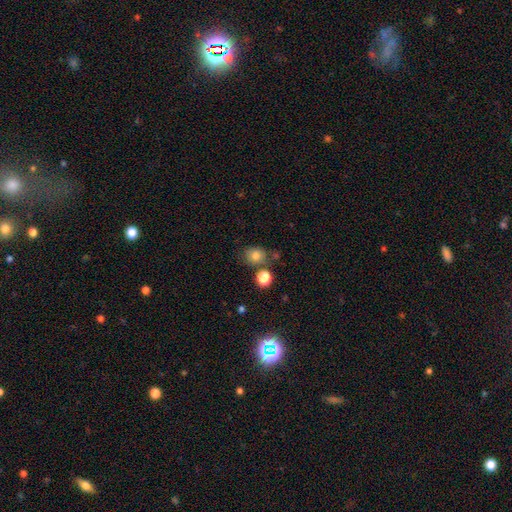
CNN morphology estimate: The model was most divided on "how rounded": round: 72%, in between: 27%, cigar-shaped: 1%. More confident: smooth or featured — smooth (80%); merging — none (70%).